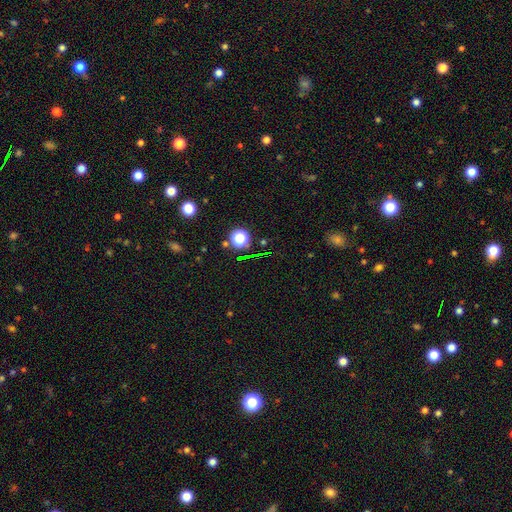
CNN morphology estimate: Smooth or featured?
  - star or artifact: 69% *
  - smooth: 21%
  - featured or disk: 10%